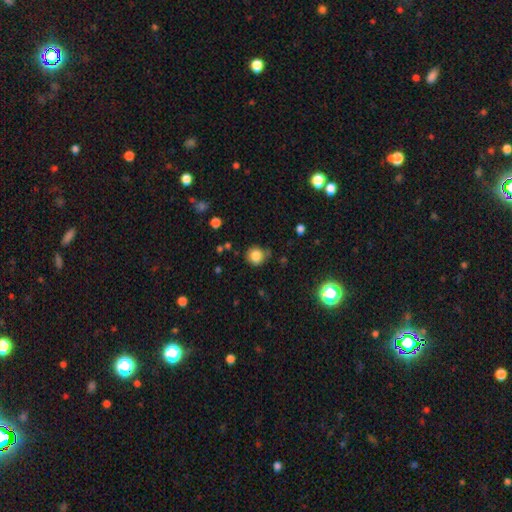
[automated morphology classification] smooth-or-featured: smooth: 82% | star or artifact: 12% | featured or disk: 6%
  how-rounded: round: 85% | in between: 14% | cigar-shaped: 1%
  merging: none: 76% | minor disturbance: 16% | major disturbance: 4% | merger: 4%